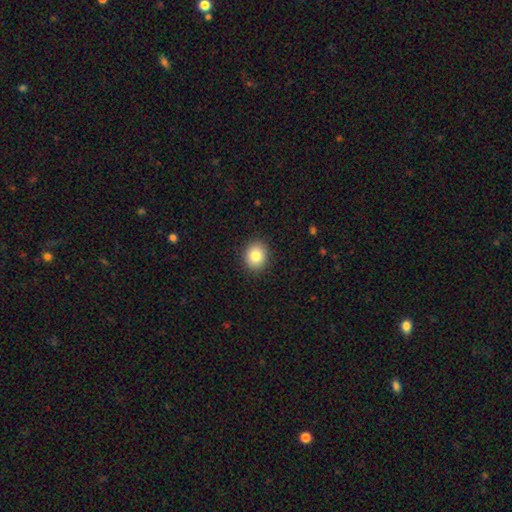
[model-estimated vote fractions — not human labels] The model was most divided on "how rounded": round: 70%, in between: 29%, cigar-shaped: 1%. More confident: merging — none (91%); smooth or featured — smooth (83%).